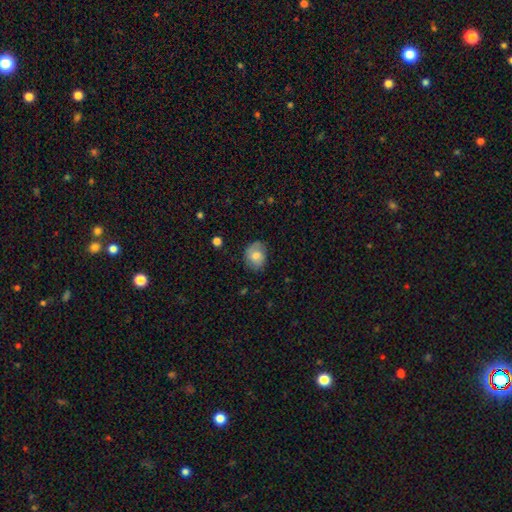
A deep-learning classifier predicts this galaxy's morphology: Smooth or featured? smooth (72%)
How rounded? round (53%)
Merging? none (68%)